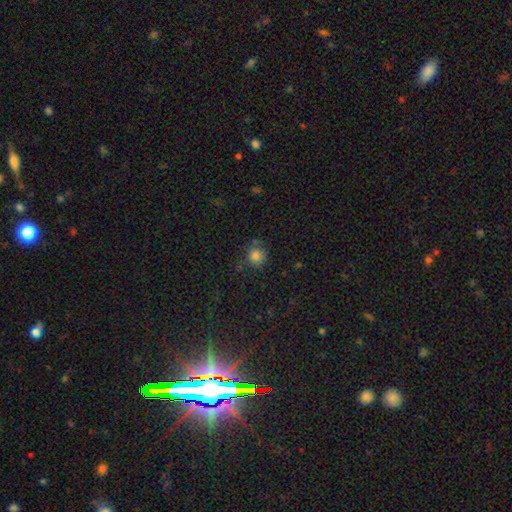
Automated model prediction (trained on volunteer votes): smooth 82%, star or artifact 12%, featured or disk 5%. Down the decision tree: how rounded — round (90%); merging — none (70%).